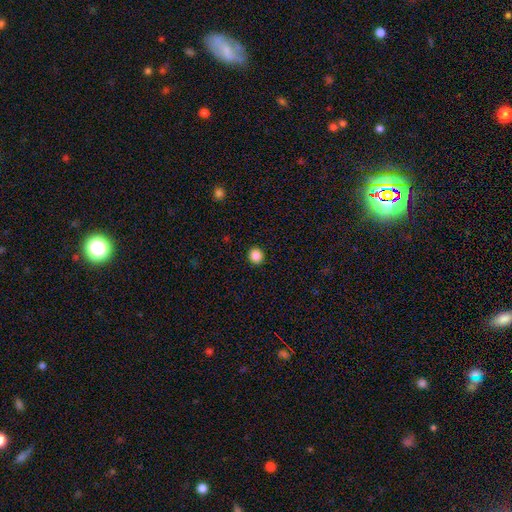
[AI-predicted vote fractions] Smooth or featured? smooth (88%)
How rounded? round (84%)
Merging? none (92%)